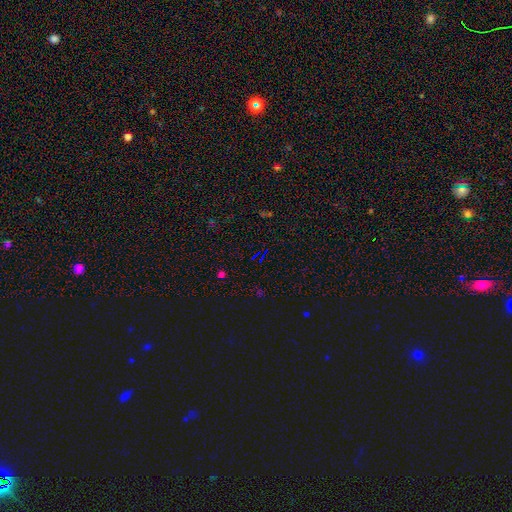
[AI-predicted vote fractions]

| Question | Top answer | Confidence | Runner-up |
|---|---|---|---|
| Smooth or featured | star or artifact | 73% | smooth (17%) |